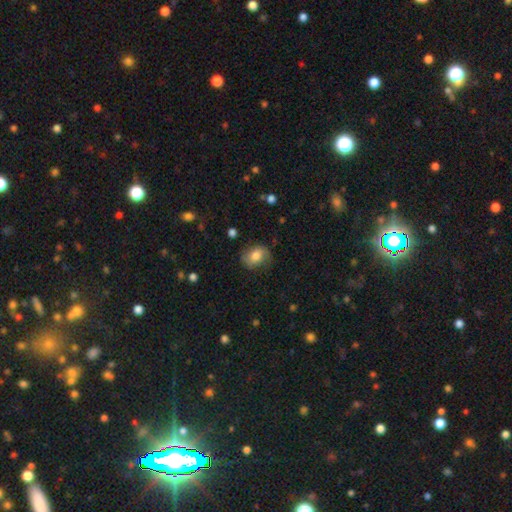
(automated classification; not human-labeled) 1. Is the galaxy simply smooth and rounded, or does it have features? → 63% smooth, 29% featured or disk, 8% star or artifact.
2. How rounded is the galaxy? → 57% in between, 42% round, 1% cigar-shaped.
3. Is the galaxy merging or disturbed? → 71% none, 20% minor disturbance, 7% major disturbance, 1% merger.